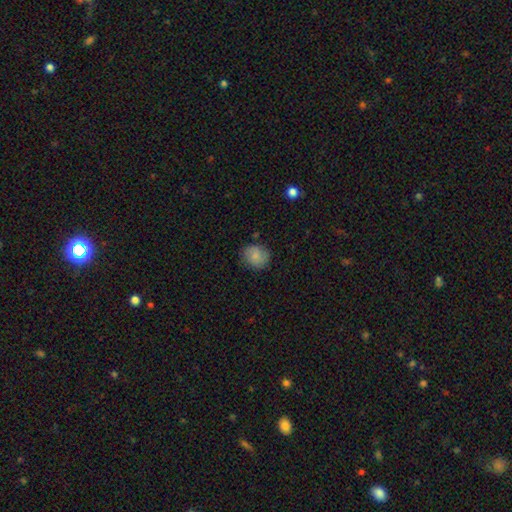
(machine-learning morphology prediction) Overall: smooth (82%). How rounded: round (76%). Merging: none (80%).